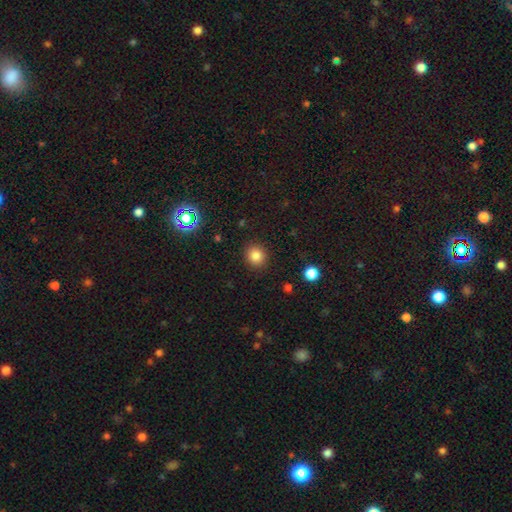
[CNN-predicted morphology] The model was most divided on "smooth or featured": smooth: 83%, star or artifact: 12%, featured or disk: 5%. More confident: merging — none (90%); how rounded — round (86%).